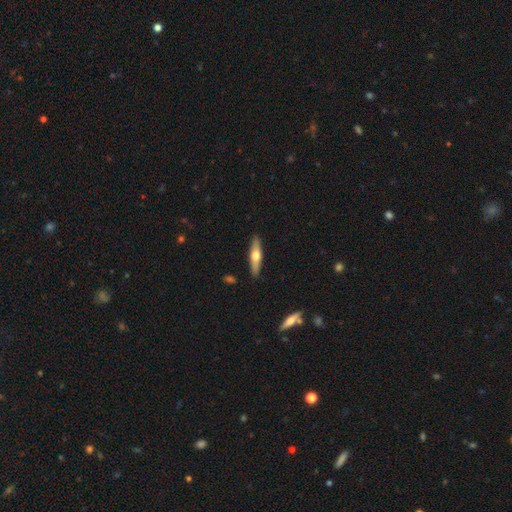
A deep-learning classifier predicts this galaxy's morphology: smooth-or-featured: featured or disk: 50% | smooth: 45% | star or artifact: 5%
  disk-edge-on: yes: 91% | no: 9%
  merging: none: 90% | minor disturbance: 7% | major disturbance: 2% | merger: 1%